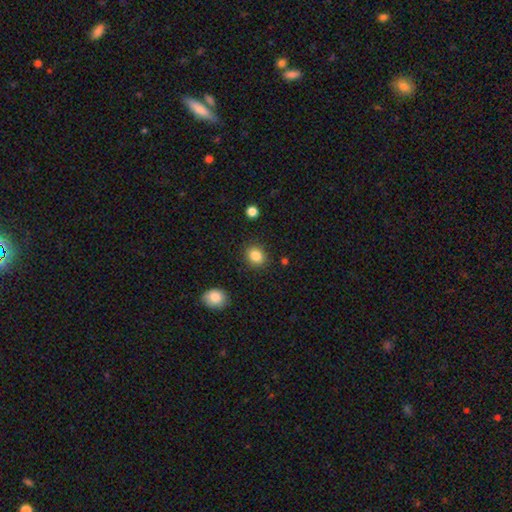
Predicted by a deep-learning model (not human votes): Overall: smooth (86%). How rounded: round (59%; in between 40%). Merging: none (88%).